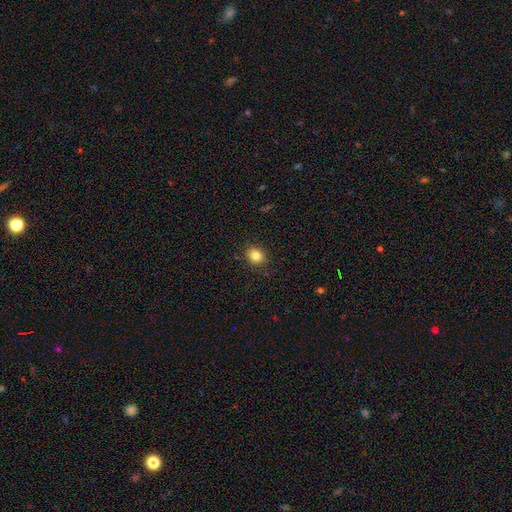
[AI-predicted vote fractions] Smooth or featured: smooth — 84% (star or artifact — 10%)
How rounded: round — 58% (in between — 42%)
Merging: none — 88% (minor disturbance — 9%)